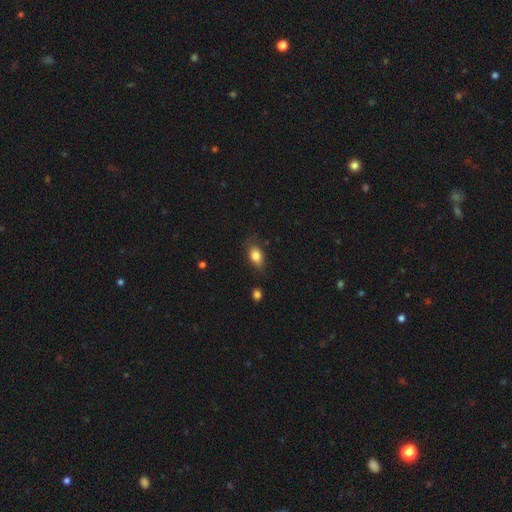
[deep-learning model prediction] A smooth galaxy with no disk features (82%) that is in between round and cigar-shaped (81%).

Vote fractions:
- Smooth or featured? smooth: 82% / featured or disk: 10% / star or artifact: 8%
- How rounded? in between: 81% / round: 15% / cigar-shaped: 3%
- Merging? none: 73% / minor disturbance: 21% / major disturbance: 5% / merger: 2%